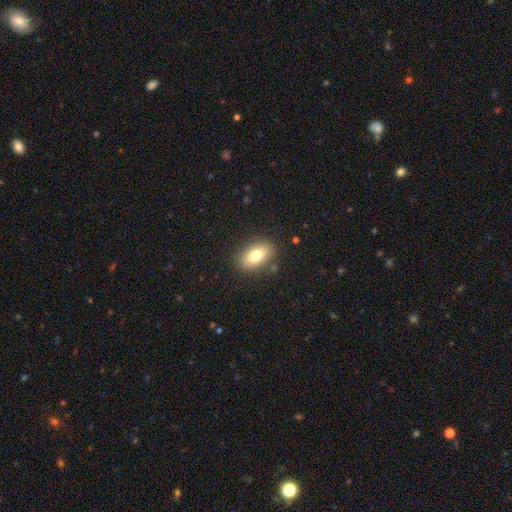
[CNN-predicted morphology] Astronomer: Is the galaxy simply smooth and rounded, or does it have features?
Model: smooth — 77%.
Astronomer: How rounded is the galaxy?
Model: in between — 88%.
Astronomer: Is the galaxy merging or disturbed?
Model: none — 85%.